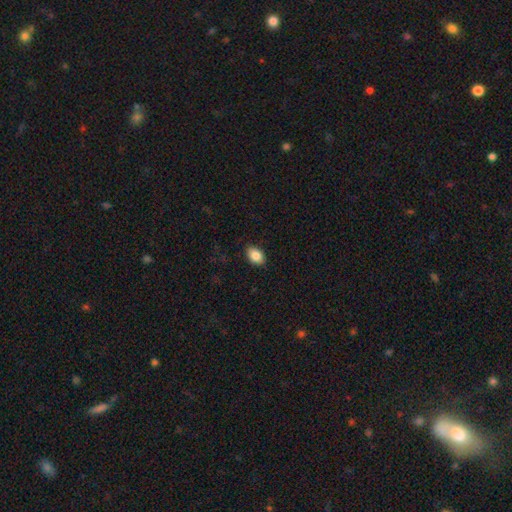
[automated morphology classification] This is clearly a smooth galaxy (87%). How rounded: clearly in between (85%). Merging: clearly none (88%).